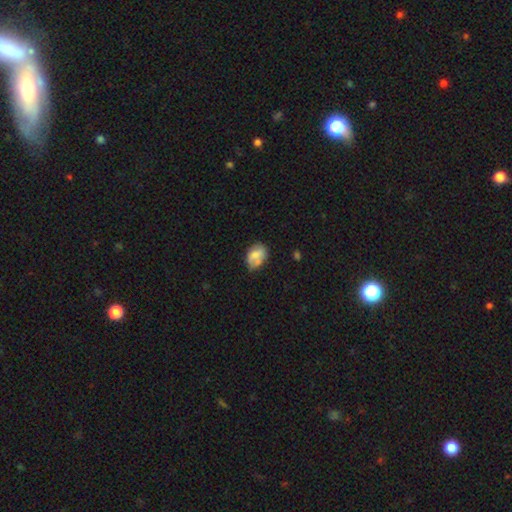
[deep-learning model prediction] A smooth galaxy with no disk features (65%) that is in between round and cigar-shaped (78%).

Vote fractions:
- Smooth or featured? smooth: 65% / featured or disk: 27% / star or artifact: 8%
- How rounded? in between: 78% / round: 20% / cigar-shaped: 1%
- Merging? none: 57% / minor disturbance: 29% / merger: 7% / major disturbance: 7%